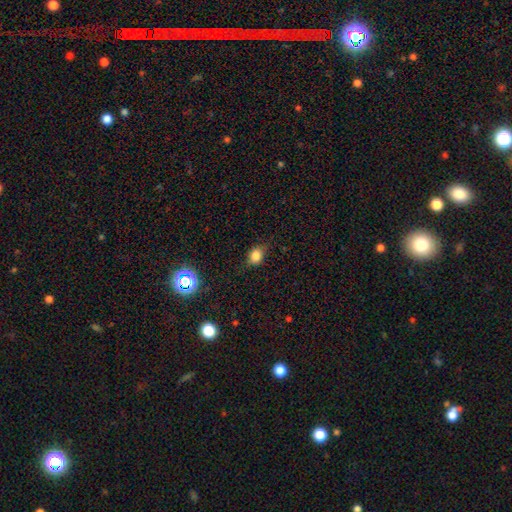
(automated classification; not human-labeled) smooth 79%, star or artifact 13%, featured or disk 8%. Down the decision tree: how rounded — in between (59%); merging — none (75%).